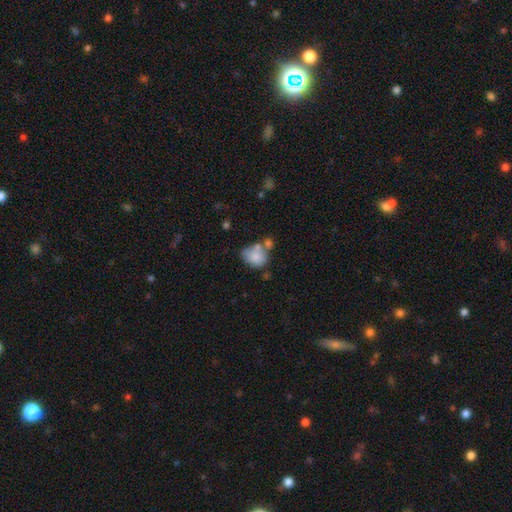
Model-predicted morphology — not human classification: This is likely a smooth galaxy (76%). How rounded: possibly in between (50%). Merging: marginally none (39%).